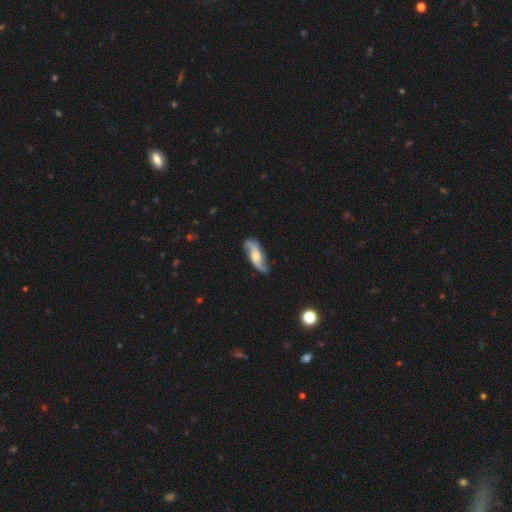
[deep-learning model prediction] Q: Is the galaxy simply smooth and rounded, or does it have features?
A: featured or disk — 80%.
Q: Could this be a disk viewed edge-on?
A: no — 92%.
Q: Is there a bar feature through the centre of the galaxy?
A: no — 47%.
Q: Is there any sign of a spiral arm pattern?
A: yes — 96%.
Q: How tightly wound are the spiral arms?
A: loose — 69%.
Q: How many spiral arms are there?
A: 2 — 92%.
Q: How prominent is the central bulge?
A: moderate — 47%.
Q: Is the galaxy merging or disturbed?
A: none — 77%.